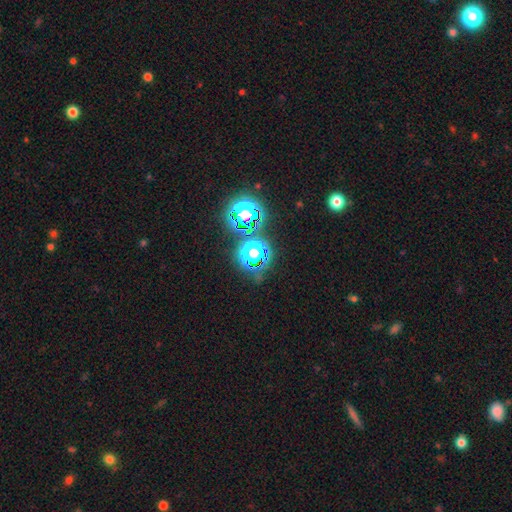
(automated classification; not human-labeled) smooth-or-featured: star or artifact: 60% | smooth: 31% | featured or disk: 9%